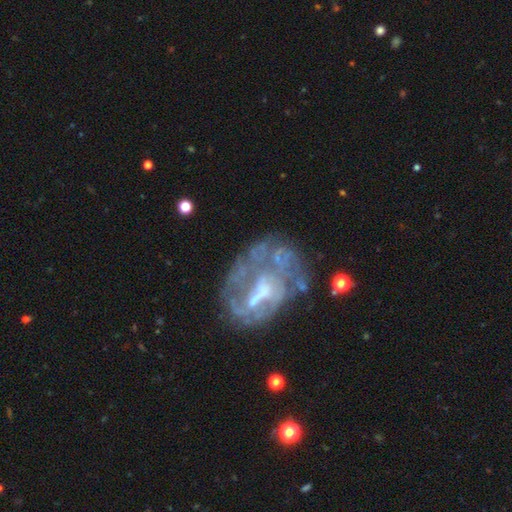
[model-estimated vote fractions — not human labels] Smooth or featured?
  - featured or disk: 71% *
  - smooth: 17%
  - star or artifact: 12%
Edge-on disk?
  - no: 96% *
  - yes: 4%
Bar?
  - no: 54% *
  - weak: 34%
  - strong: 12%
Spiral arms?
  - no: 60% *
  - yes: 40%
Bulge size?
  - small: 33% *
  - moderate: 32%
  - none: 29%
  - large: 4%
  - dominant: 1%
Merging?
  - none: 46% *
  - major disturbance: 26%
  - minor disturbance: 21%
  - merger: 7%